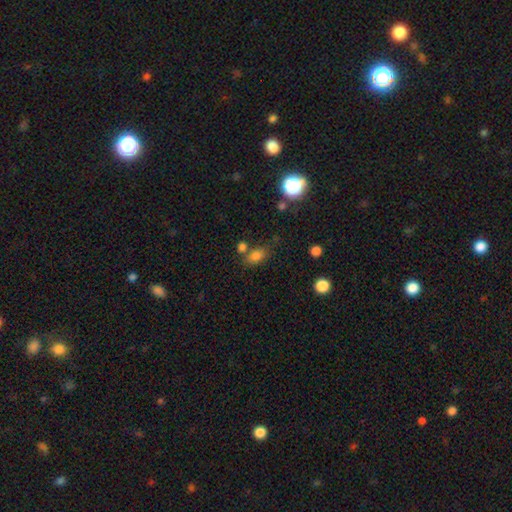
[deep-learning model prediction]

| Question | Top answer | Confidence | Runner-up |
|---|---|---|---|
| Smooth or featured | smooth | 79% | star or artifact (14%) |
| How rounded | in between | 78% | round (19%) |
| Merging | none | 60% | merger (19%) |